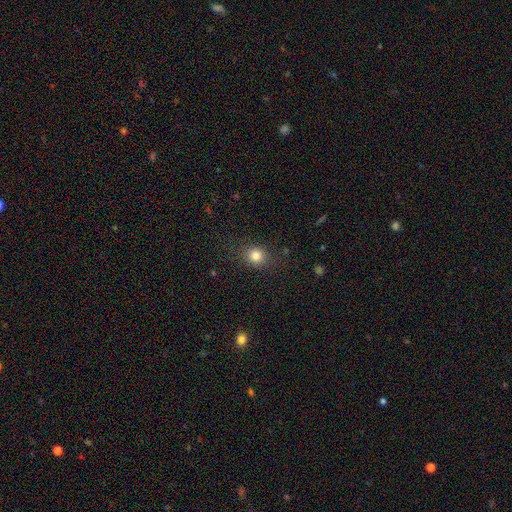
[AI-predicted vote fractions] smooth_or_featured: smooth (p=0.81) [alt: star or artifact p=0.12]
how_rounded: round (p=0.74) [alt: in between p=0.25]
merging: none (p=0.82) [alt: minor disturbance p=0.12]